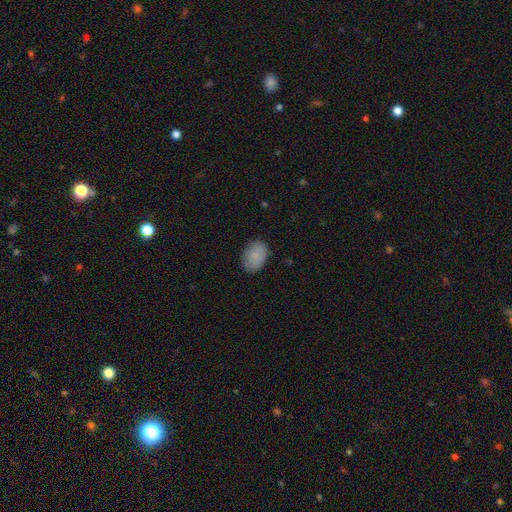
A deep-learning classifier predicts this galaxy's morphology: type=smooth (87%); roundness=in between (79%); merging=none (83%).